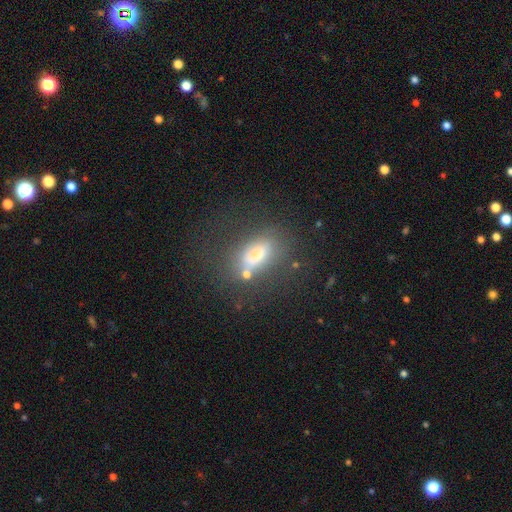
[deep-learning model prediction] Q: Smooth or featured?
A: smooth (67%); runner-up: featured or disk (21%)
Q: How rounded?
A: in between (78%); runner-up: cigar-shaped (15%)
Q: Merging?
A: none (57%); runner-up: minor disturbance (19%)